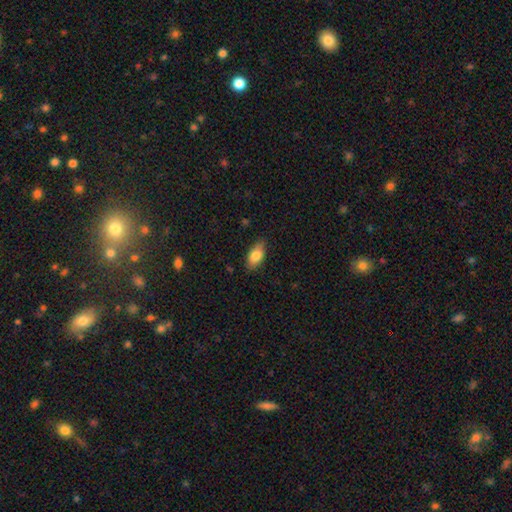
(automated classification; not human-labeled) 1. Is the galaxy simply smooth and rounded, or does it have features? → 81% smooth, 12% featured or disk, 7% star or artifact.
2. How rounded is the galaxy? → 89% in between, 7% cigar-shaped, 4% round.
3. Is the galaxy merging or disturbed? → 82% none, 14% minor disturbance, 3% major disturbance, 1% merger.